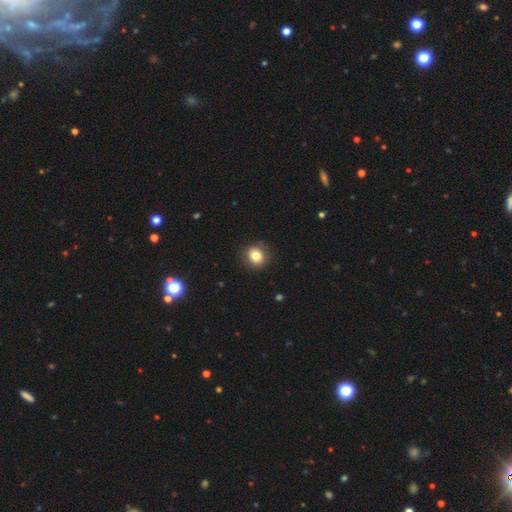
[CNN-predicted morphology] This is clearly a smooth galaxy (82%). How rounded: clearly round (81%). Merging: clearly none (88%).